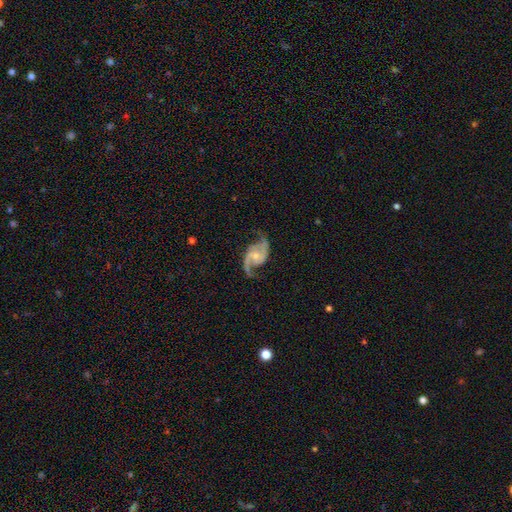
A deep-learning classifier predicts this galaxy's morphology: smooth_or_featured: featured or disk (p=0.91) [alt: star or artifact p=0.04]
disk_edge_on: no (p=0.98) [alt: yes p=0.02]
bar: no (p=0.58) [alt: weak p=0.34]
has_spiral_arms: yes (p=0.98) [alt: no p=0.02]
spiral_winding: loose (p=0.45) [tied with: medium p=0.45]
spiral_arm_count: 2 (p=0.93) [alt: can't tell p=0.02]
bulge_size: small (p=0.53) [alt: moderate p=0.40]
merging: none (p=0.73) [alt: minor disturbance p=0.17]